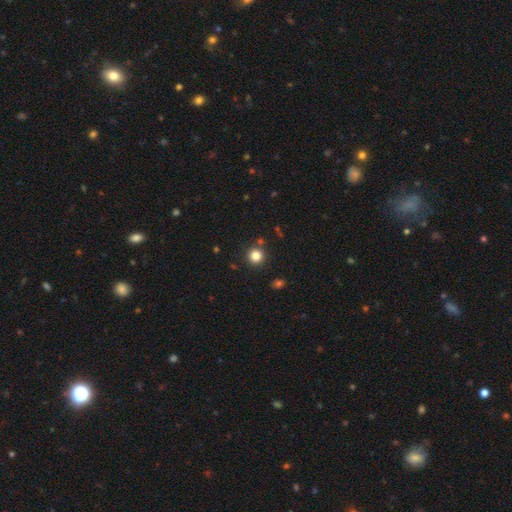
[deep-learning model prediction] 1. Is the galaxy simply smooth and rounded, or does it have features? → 82% smooth, 13% star or artifact, 5% featured or disk.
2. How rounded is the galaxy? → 94% round, 6% in between, 1% cigar-shaped.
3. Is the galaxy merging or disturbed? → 88% none, 6% minor disturbance, 4% merger, 2% major disturbance.